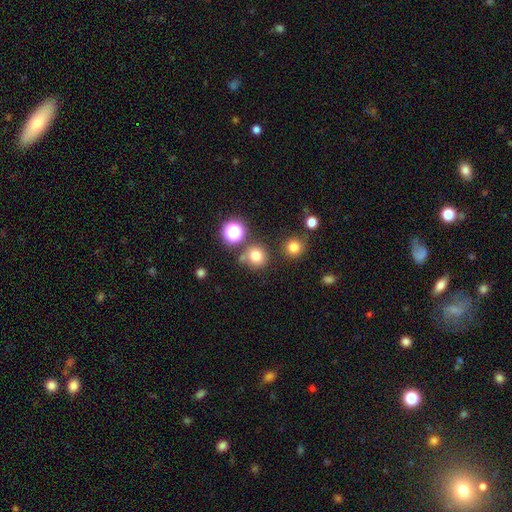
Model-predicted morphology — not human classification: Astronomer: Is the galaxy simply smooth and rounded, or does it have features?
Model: smooth — 75%.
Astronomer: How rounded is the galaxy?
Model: round — 90%.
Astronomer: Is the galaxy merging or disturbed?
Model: none — 74%.